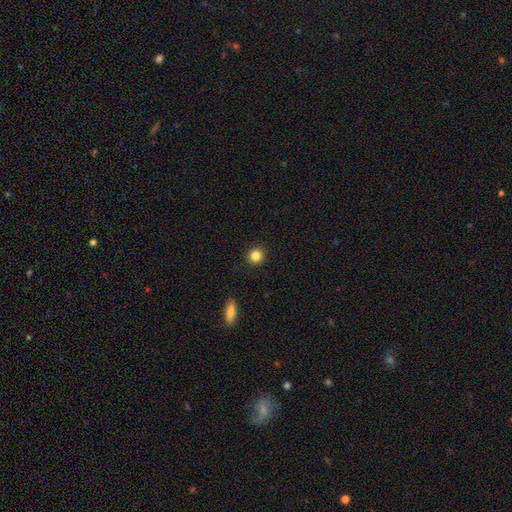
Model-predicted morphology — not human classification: Smooth or featured: smooth — 86% (star or artifact — 10%)
How rounded: round — 93% (in between — 6%)
Merging: none — 92% (minor disturbance — 5%)